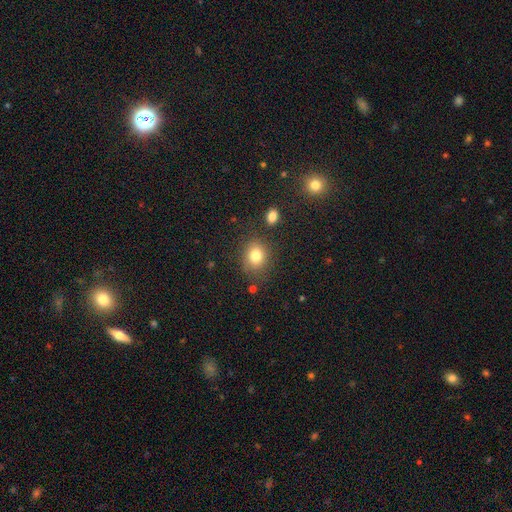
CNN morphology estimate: type=smooth (79%); roundness=round (62%); merging=none (76%).